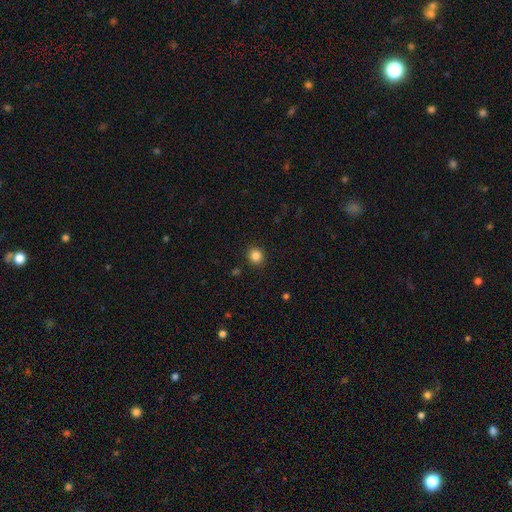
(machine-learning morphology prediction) smooth-or-featured: smooth: 85% | star or artifact: 11% | featured or disk: 4%
  how-rounded: round: 87% | in between: 12% | cigar-shaped: 1%
  merging: none: 91% | minor disturbance: 6% | major disturbance: 2% | merger: 1%